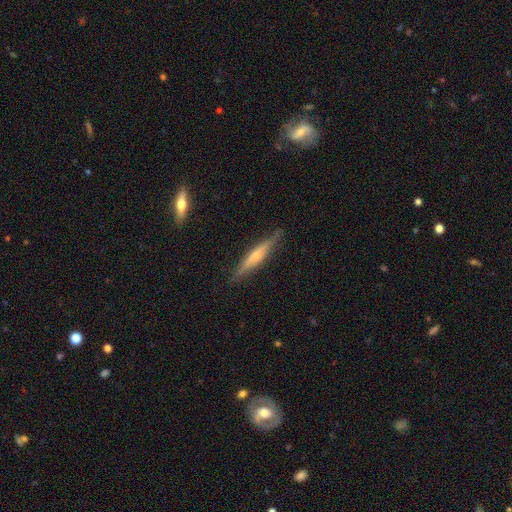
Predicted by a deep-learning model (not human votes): smooth_or_featured: featured or disk (p=0.58) [alt: smooth p=0.35]
disk_edge_on: yes (p=0.96) [alt: no p=0.04]
edge_on_bulge: rounded (p=0.66) [alt: none p=0.23]
merging: none (p=0.86) [alt: minor disturbance p=0.11]